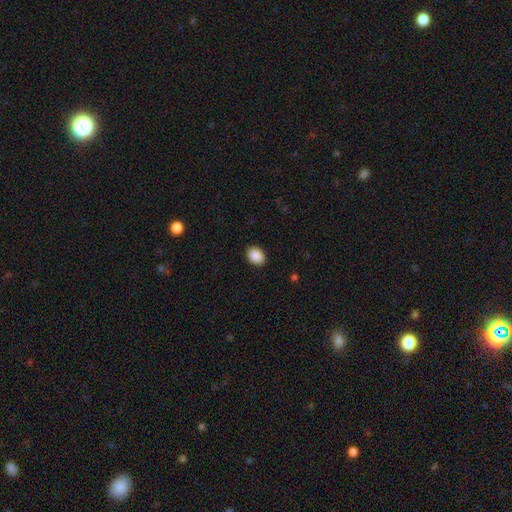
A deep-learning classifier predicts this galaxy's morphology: Smooth or featured: smooth — 90% (star or artifact — 8%)
How rounded: in between — 69% (round — 30%)
Merging: none — 90% (minor disturbance — 7%)